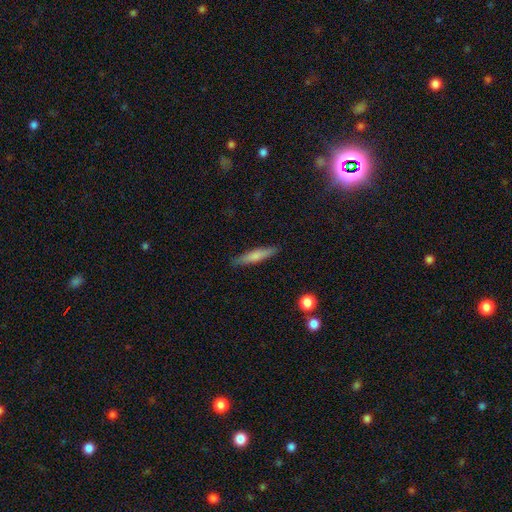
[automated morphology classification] smooth_or_featured: smooth (p=0.64) [alt: featured or disk p=0.30]
how_rounded: cigar-shaped (p=0.87) [alt: in between p=0.11]
merging: none (p=0.88) [alt: minor disturbance p=0.09]